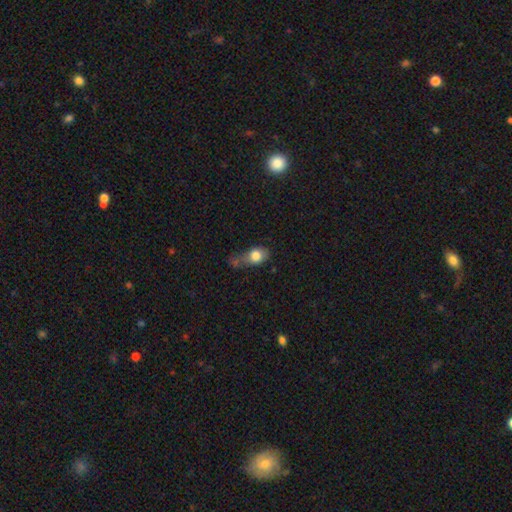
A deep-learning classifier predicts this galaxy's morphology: This appears to be a smooth galaxy with no disk features (77%) that is in between round and cigar-shaped (61%). Merging: major disturbance (28%).